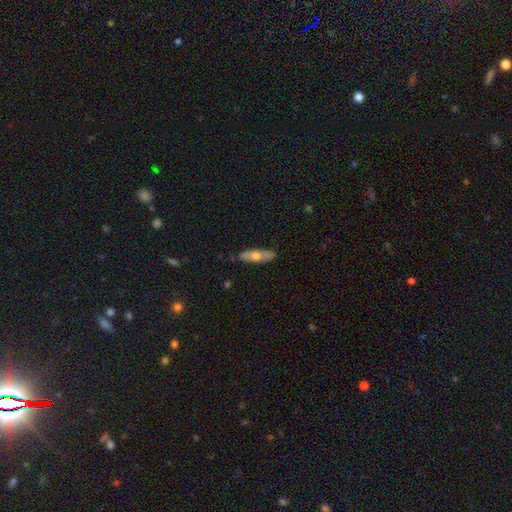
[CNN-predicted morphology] Smooth or featured?
  - featured or disk: 47% * (tied)
  - smooth: 47% * (tied)
  - star or artifact: 6%
Merging?
  - none: 85% *
  - minor disturbance: 12%
  - major disturbance: 2%
  - merger: 1%